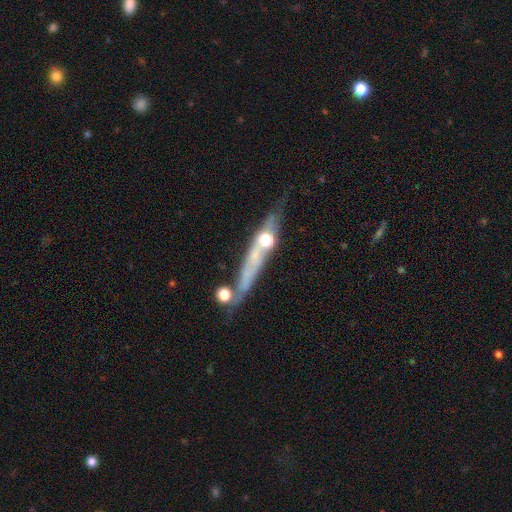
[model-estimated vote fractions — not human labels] This is likely a featured or disk galaxy (62%). It is clearly viewed edge-on (84%). Edge-on bulge: possibly rounded (57%). Merging: likely none (61%).